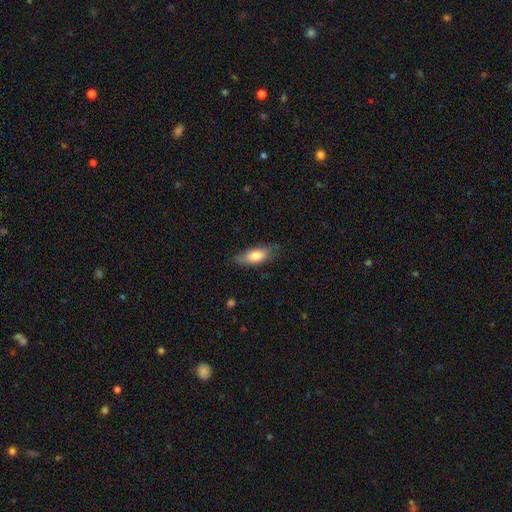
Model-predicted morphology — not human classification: Smooth or featured? Predicted: smooth (p=0.74). How rounded? Predicted: in between (p=0.74). Merging? Predicted: none (p=0.75).